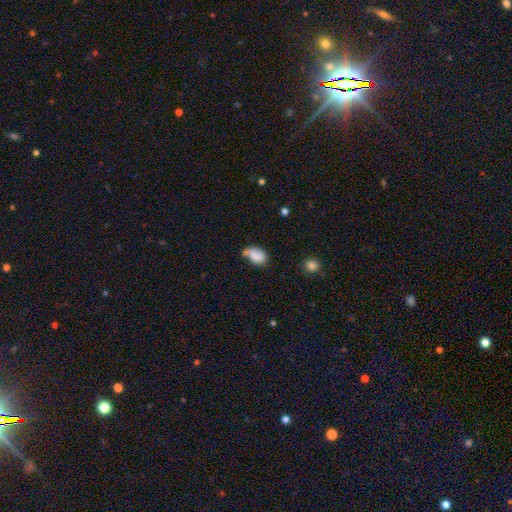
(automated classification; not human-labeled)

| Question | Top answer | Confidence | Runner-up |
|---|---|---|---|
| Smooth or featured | smooth | 68% | featured or disk (23%) |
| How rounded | in between | 85% | round (13%) |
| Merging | none | 41% | minor disturbance (35%) |